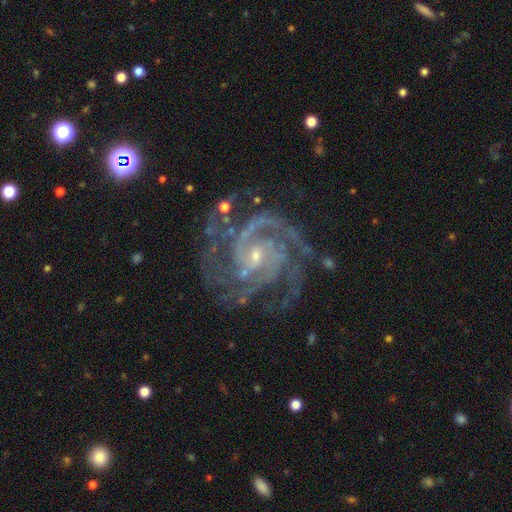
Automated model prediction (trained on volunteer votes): Morphology: type=featured or disk (92%); edge-on=no (98%); bar=no (49%); spiral arms=yes (99%); winding=tight (62%); arm count=3 (31%); bulge=small (75%); merging=none (74%).